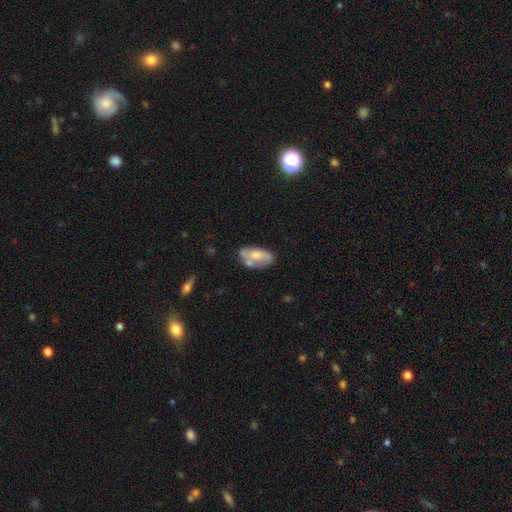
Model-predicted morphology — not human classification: smooth_or_featured: smooth (p=0.51) [alt: featured or disk p=0.42]
how_rounded: in between (p=0.92) [alt: round p=0.04]
merging: none (p=0.46) [alt: minor disturbance p=0.27]